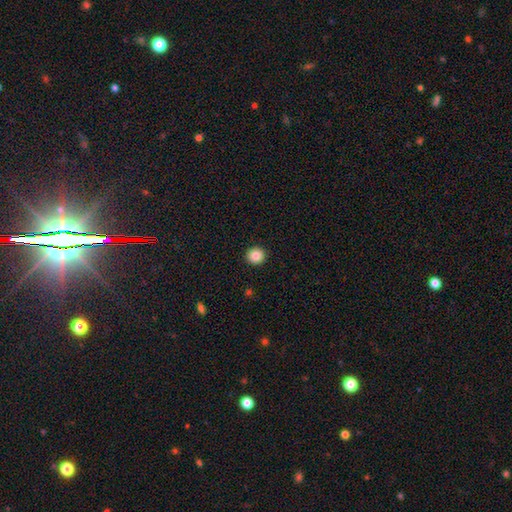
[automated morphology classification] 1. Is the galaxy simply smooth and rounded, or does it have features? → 87% smooth, 9% star or artifact, 4% featured or disk.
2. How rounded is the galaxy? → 93% round, 6% in between, 1% cigar-shaped.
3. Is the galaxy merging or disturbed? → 93% none, 4% minor disturbance, 2% major disturbance, 1% merger.